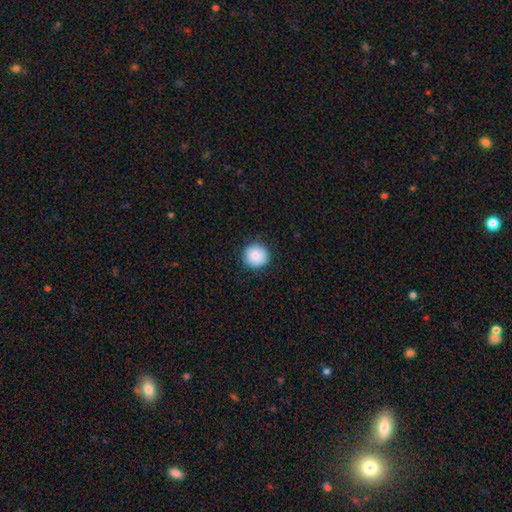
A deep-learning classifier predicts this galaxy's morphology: type=smooth (88%); roundness=round (94%); merging=none (89%).